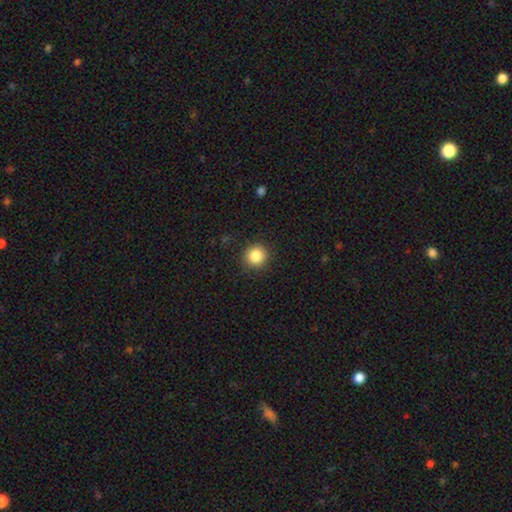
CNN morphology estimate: Overall: smooth (85%). How rounded: round (92%). Merging: none (90%).